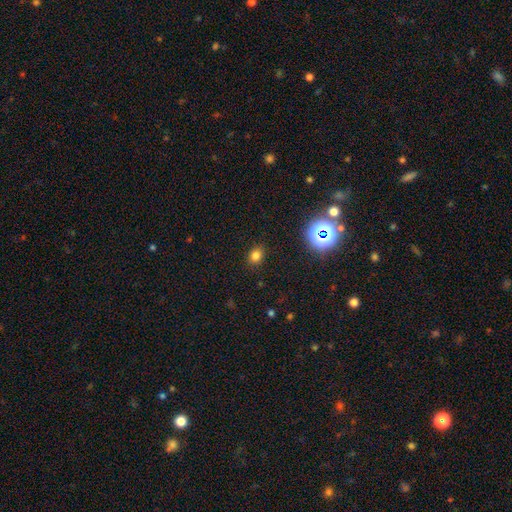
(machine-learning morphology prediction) Smooth or featured?
  - smooth: 76% *
  - star or artifact: 18%
  - featured or disk: 6%
How rounded?
  - round: 52% *
  - in between: 47%
  - cigar-shaped: 1%
Merging?
  - none: 87% *
  - minor disturbance: 9%
  - major disturbance: 3%
  - merger: 1%